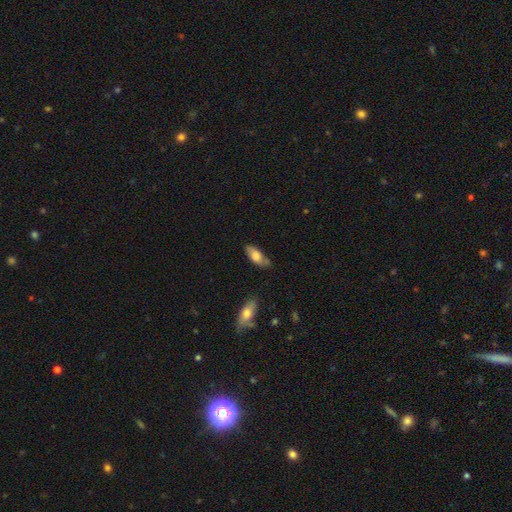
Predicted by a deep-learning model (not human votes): This appears to be a smooth galaxy with no disk features (69%) that is in between round and cigar-shaped (78%). Merging: none (70%).